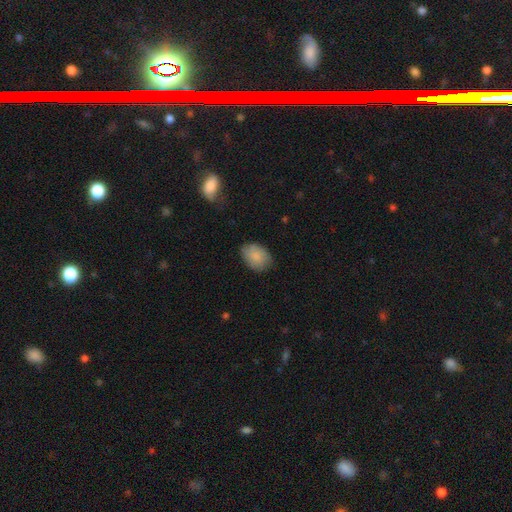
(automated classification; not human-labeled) Smooth or featured?
  - smooth: 85% *
  - featured or disk: 8%
  - star or artifact: 6%
How rounded?
  - in between: 76% *
  - round: 23%
  - cigar-shaped: 1%
Merging?
  - none: 76% *
  - minor disturbance: 19%
  - major disturbance: 4%
  - merger: 1%